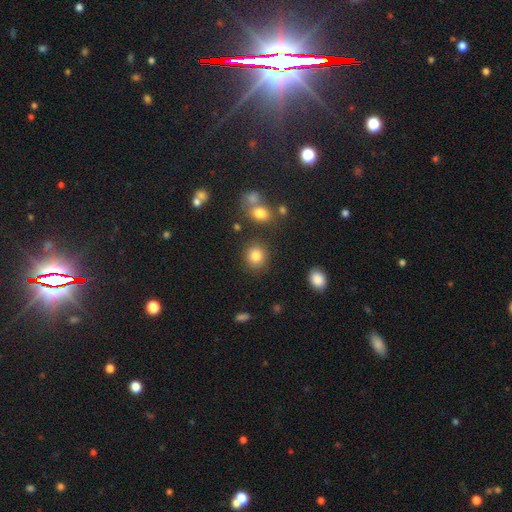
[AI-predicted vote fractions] Overall: smooth (83%). How rounded: round (81%). Merging: none (84%).